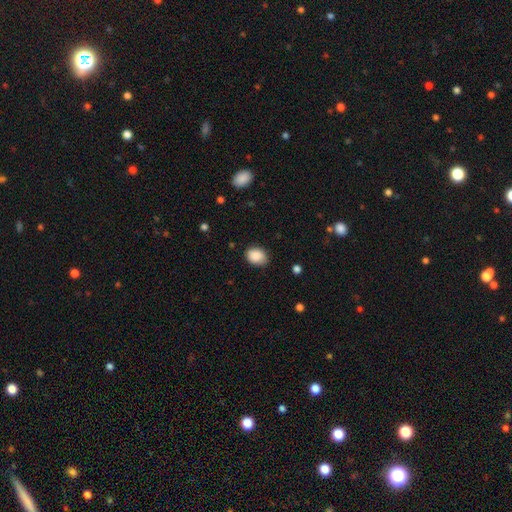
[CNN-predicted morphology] Overall: smooth (89%). How rounded: in between (63%; round 36%). Merging: none (78%).